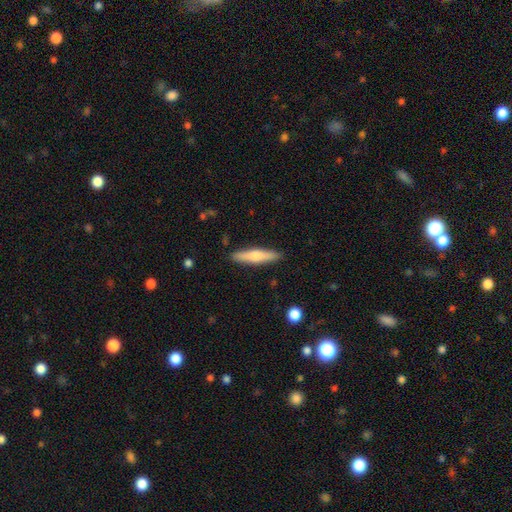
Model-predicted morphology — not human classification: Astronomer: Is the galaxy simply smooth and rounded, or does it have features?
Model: smooth — 57% (runner-up: featured or disk, 37%).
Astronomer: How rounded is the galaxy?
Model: cigar-shaped — 82%.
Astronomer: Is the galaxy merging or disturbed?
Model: none — 89%.